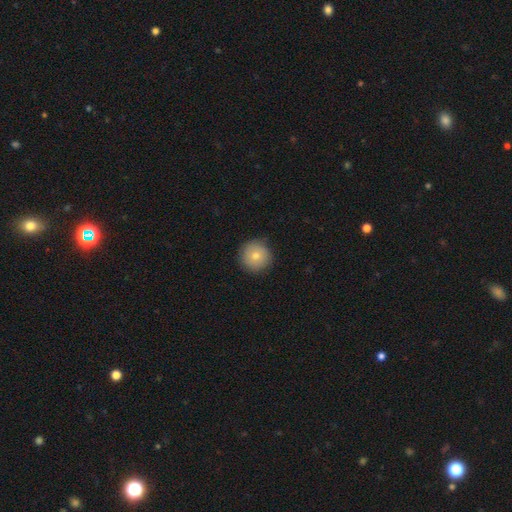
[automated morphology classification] Smooth or featured?
  - smooth: 77% *
  - featured or disk: 15%
  - star or artifact: 9%
How rounded?
  - round: 95% *
  - in between: 4%
  - cigar-shaped: 1%
Merging?
  - none: 87% *
  - minor disturbance: 10%
  - major disturbance: 2%
  - merger: 1%